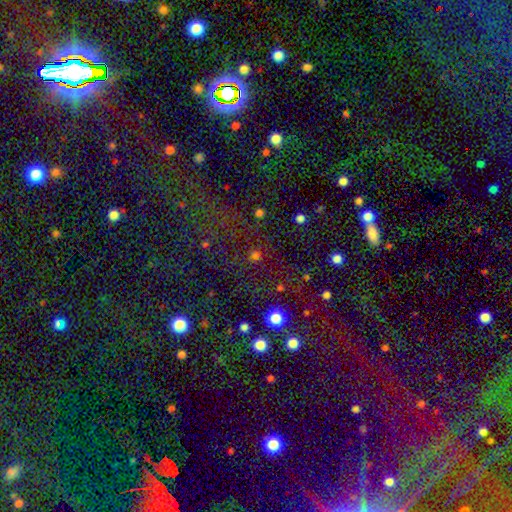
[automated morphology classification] Q: Smooth or featured?
A: star or artifact (48%); runner-up: smooth (44%)